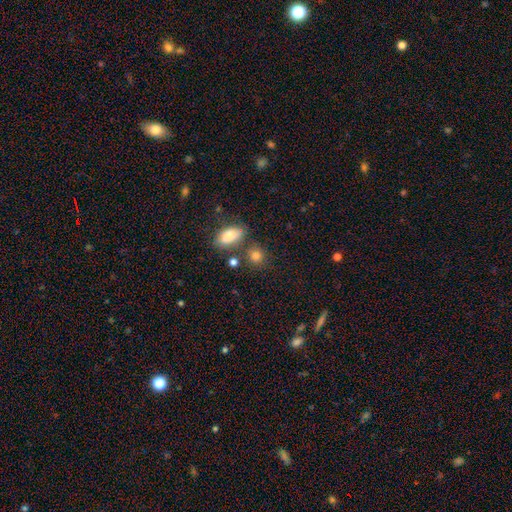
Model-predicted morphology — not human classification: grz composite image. It shows a smooth galaxy with no disk features (82%) that is round (75%). Merging: none (72%).